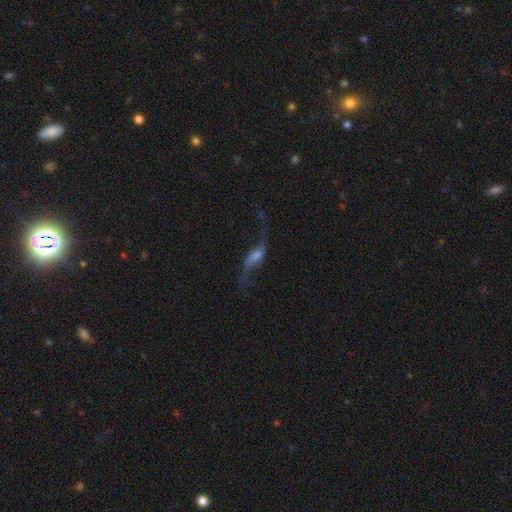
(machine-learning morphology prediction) A featured or disk galaxy (65%) with no bar (43%), spiral arms (83%) and a moderate central bulge (34%). Merging: none (48%).